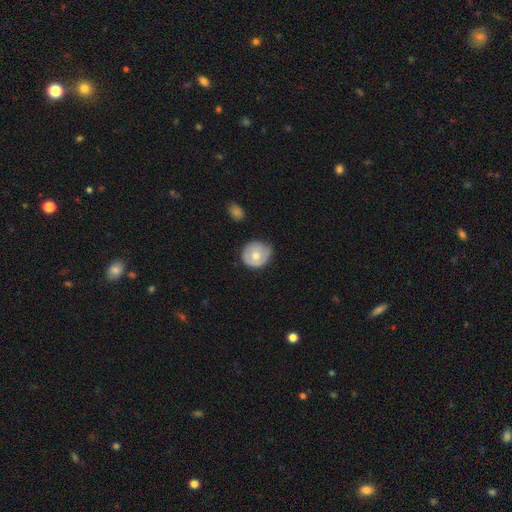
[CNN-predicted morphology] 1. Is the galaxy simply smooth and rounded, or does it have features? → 63% smooth, 30% featured or disk, 7% star or artifact.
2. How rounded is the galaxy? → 81% round, 18% in between, 1% cigar-shaped.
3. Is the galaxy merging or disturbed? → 65% none, 28% minor disturbance, 5% major disturbance, 2% merger.